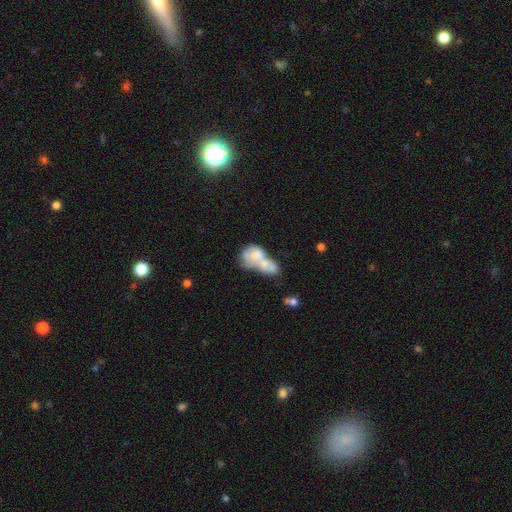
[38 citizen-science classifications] smooth 45% (tied), featured or disk 45% (tied), star or artifact 11%. Down the decision tree: how rounded — in between (59%); merging — merger (88%).